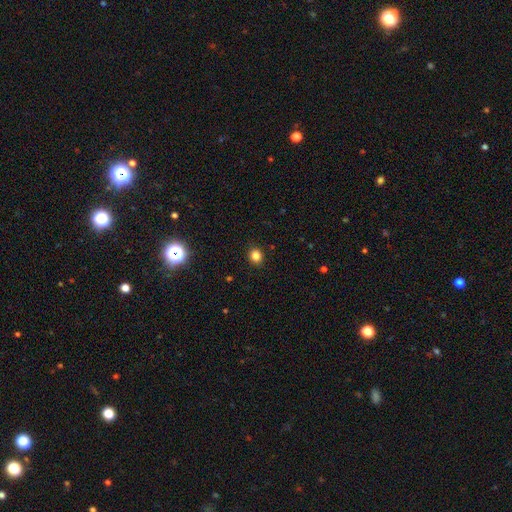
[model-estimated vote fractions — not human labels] Smooth or featured?
  - smooth: 84% *
  - star or artifact: 12%
  - featured or disk: 4%
How rounded?
  - round: 73% *
  - in between: 26%
  - cigar-shaped: 1%
Merging?
  - none: 90% *
  - minor disturbance: 7%
  - major disturbance: 2%
  - merger: 1%